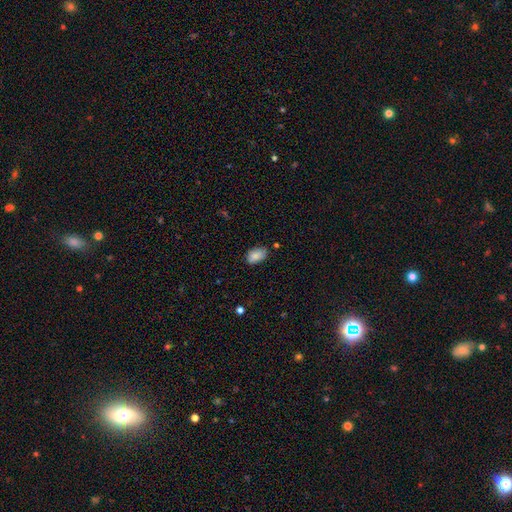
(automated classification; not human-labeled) A smooth galaxy with no disk features (85%) that is in between round and cigar-shaped (91%). Merging: none (73%).